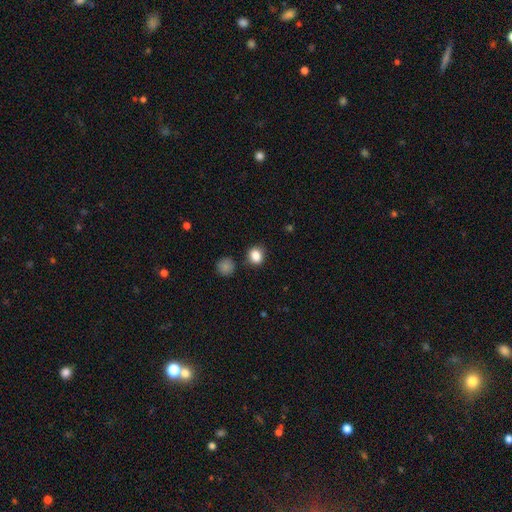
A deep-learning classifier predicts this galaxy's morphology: Q: Smooth or featured?
A: smooth (85%); runner-up: star or artifact (11%)
Q: How rounded?
A: round (64%); runner-up: in between (34%)
Q: Merging?
A: none (82%); runner-up: minor disturbance (11%)